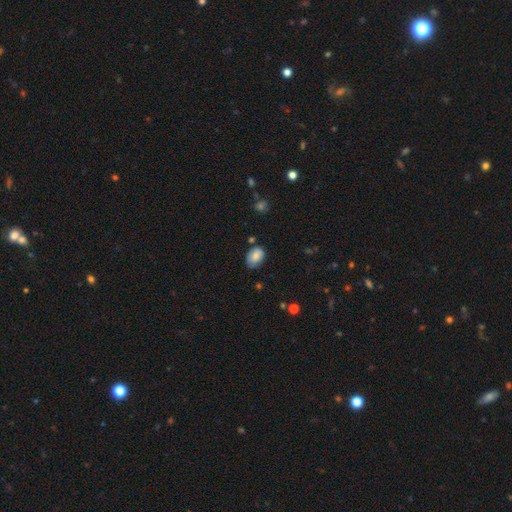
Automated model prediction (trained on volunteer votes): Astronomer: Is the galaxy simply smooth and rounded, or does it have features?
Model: smooth — 79%.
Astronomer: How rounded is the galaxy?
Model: in between — 81%.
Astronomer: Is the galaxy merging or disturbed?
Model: none — 65%.